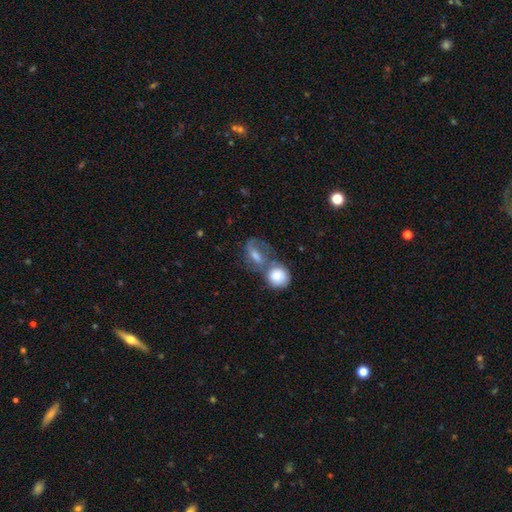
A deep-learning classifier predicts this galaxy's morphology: Smooth or featured: smooth — 55% (featured or disk — 35%)
How rounded: in between — 63% (round — 32%)
Merging: merger — 52% (none — 22%)